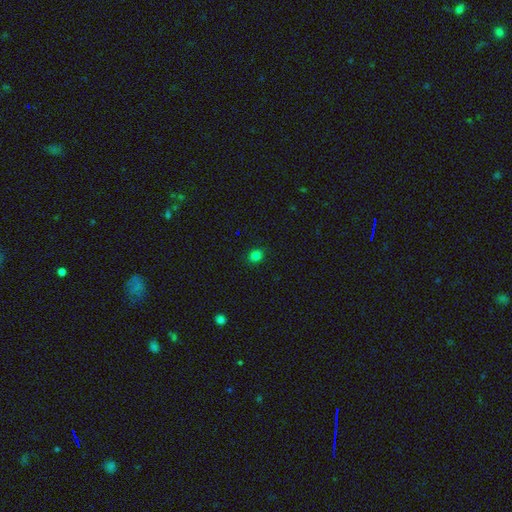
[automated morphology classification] The model was most divided on "how rounded": round: 74%, in between: 25%, cigar-shaped: 1%. More confident: merging — none (90%); smooth or featured — smooth (81%).